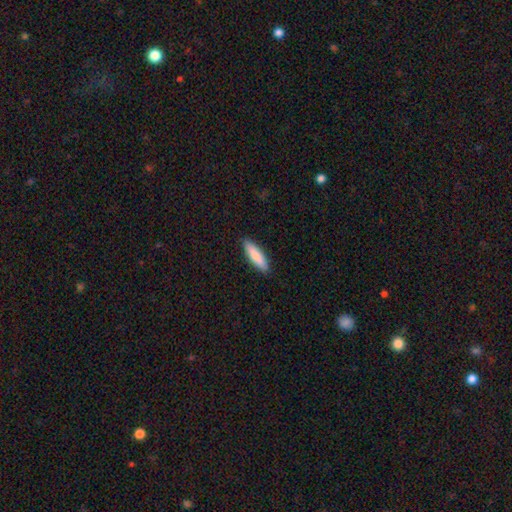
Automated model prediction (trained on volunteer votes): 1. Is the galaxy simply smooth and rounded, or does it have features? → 86% smooth, 9% featured or disk, 5% star or artifact.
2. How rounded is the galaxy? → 65% cigar-shaped, 33% in between, 1% round.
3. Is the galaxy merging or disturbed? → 90% none, 8% minor disturbance, 2% major disturbance, 1% merger.